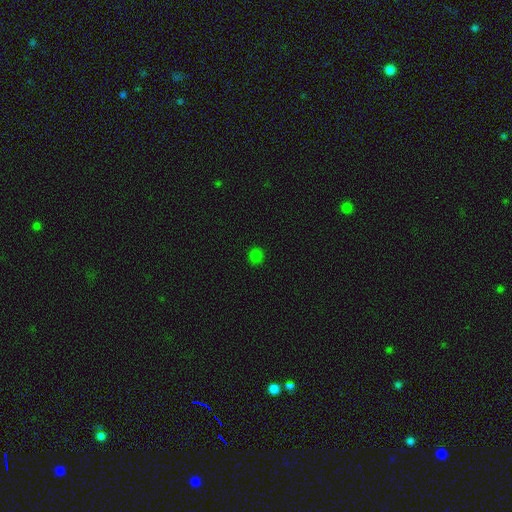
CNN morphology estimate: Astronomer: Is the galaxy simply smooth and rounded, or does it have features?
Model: smooth — 81%.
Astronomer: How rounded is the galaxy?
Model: round — 92%.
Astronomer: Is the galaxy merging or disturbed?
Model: none — 92%.